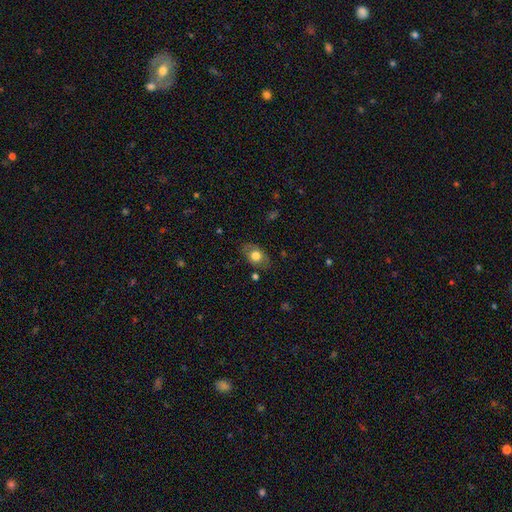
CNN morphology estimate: A smooth galaxy with no disk features (70%) that is in between round and cigar-shaped (78%). Merging: none (77%).